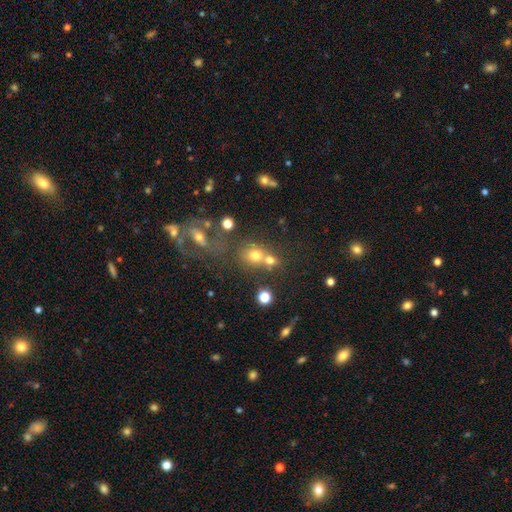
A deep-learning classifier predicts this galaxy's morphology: Q: Smooth or featured?
A: smooth (66%); runner-up: star or artifact (18%)
Q: How rounded?
A: round (74%); runner-up: in between (24%)
Q: Merging?
A: merger (43%); runner-up: none (40%)